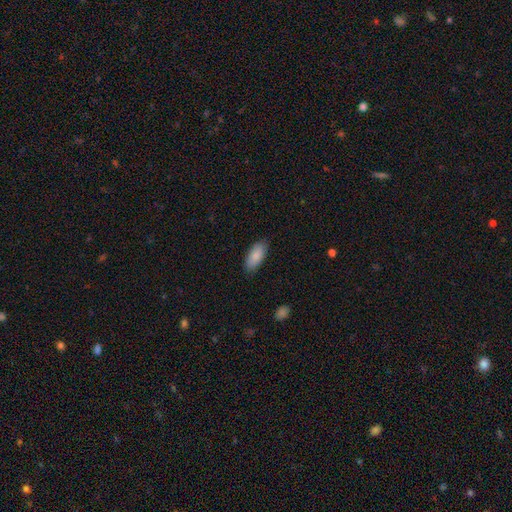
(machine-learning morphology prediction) Smooth or featured: smooth — 87% (featured or disk — 7%)
How rounded: in between — 88% (cigar-shaped — 10%)
Merging: none — 86% (minor disturbance — 11%)